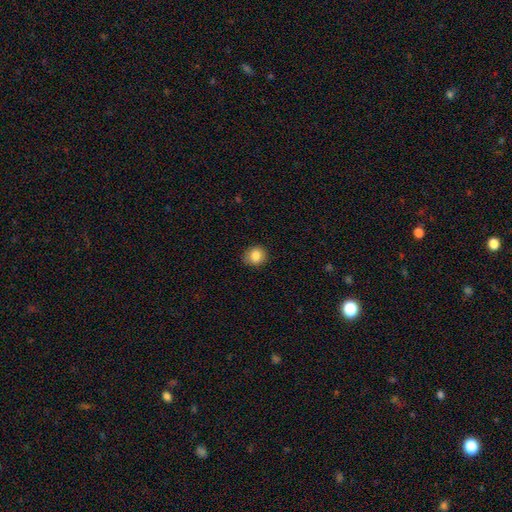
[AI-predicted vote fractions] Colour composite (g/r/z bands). It shows a smooth galaxy with no disk features (85%) that is round (76%). Merging: none (85%).